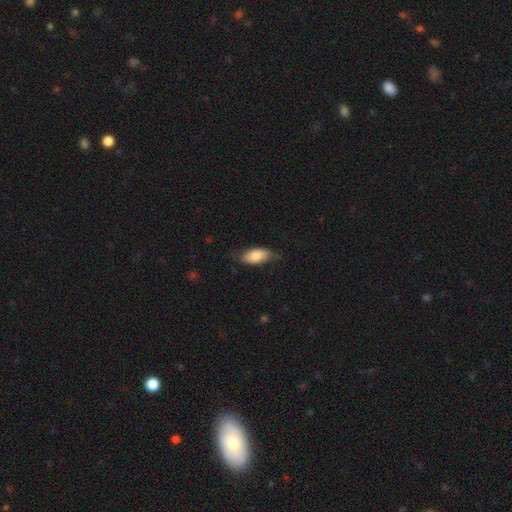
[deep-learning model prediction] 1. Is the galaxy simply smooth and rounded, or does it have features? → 80% smooth, 14% featured or disk, 6% star or artifact.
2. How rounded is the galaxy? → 88% in between, 9% cigar-shaped, 3% round.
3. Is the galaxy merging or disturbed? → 66% none, 27% minor disturbance, 6% major disturbance, 1% merger.